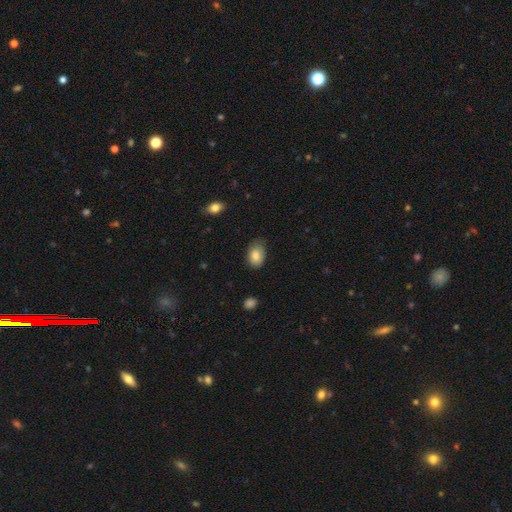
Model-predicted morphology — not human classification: Smooth or featured?
  - smooth: 83% *
  - featured or disk: 10%
  - star or artifact: 8%
How rounded?
  - in between: 86% *
  - round: 13%
  - cigar-shaped: 1%
Merging?
  - none: 66% *
  - minor disturbance: 27%
  - major disturbance: 5%
  - merger: 1%